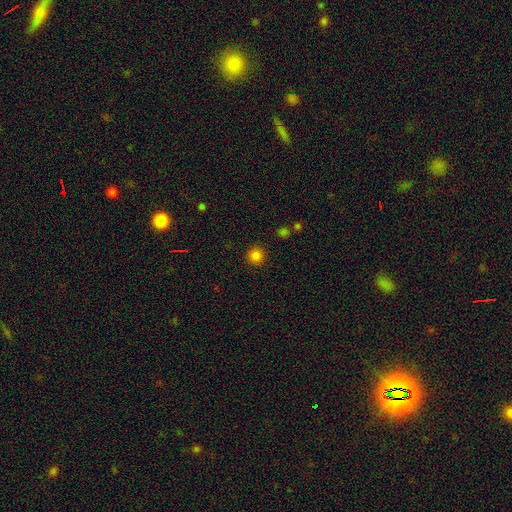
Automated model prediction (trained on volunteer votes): Smooth or featured?
  - smooth: 83% *
  - star or artifact: 14%
  - featured or disk: 3%
How rounded?
  - round: 94% *
  - in between: 5%
  - cigar-shaped: 1%
Merging?
  - none: 91% *
  - minor disturbance: 5%
  - major disturbance: 2%
  - merger: 1%